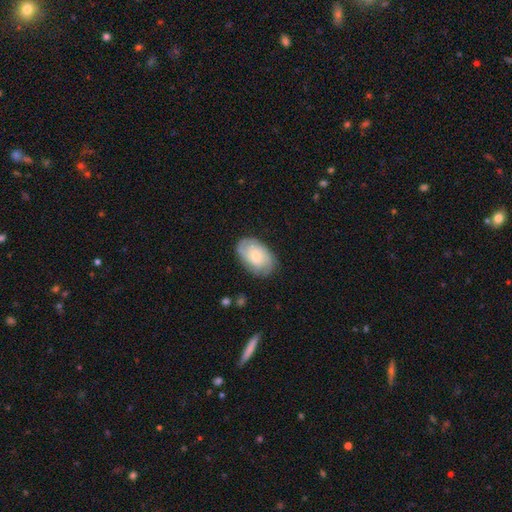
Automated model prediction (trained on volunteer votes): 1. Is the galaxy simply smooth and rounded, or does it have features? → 53% featured or disk, 40% smooth, 6% star or artifact.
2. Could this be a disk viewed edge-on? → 95% no, 5% yes.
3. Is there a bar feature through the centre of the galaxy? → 71% no, 25% weak, 4% strong.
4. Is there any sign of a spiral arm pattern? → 84% yes, 16% no.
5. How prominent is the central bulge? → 54% small, 41% moderate, 3% large, 2% none, 1% dominant.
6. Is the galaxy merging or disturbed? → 78% none, 16% minor disturbance, 4% major disturbance, 1% merger.